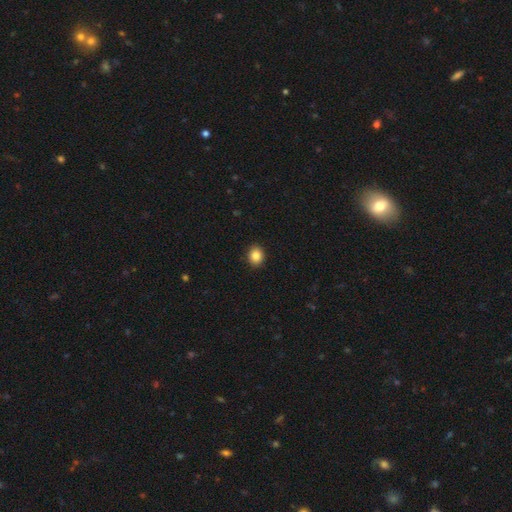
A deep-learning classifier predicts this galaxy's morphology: A smooth galaxy with no disk features (87%) that is round (65%). Merging: none (91%).